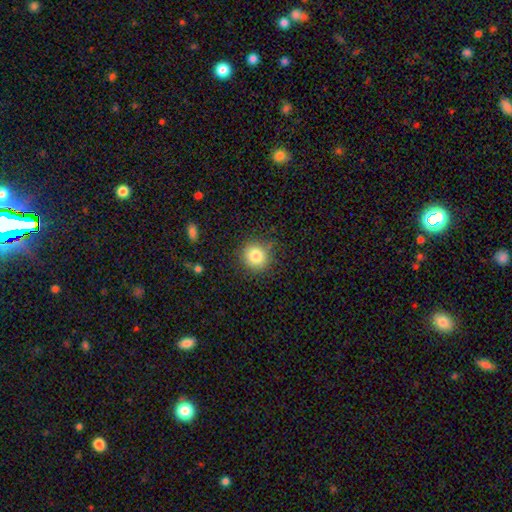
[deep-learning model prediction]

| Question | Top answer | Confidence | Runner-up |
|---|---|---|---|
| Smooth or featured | smooth | 82% | star or artifact (11%) |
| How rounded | round | 92% | in between (7%) |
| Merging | none | 85% | minor disturbance (11%) |